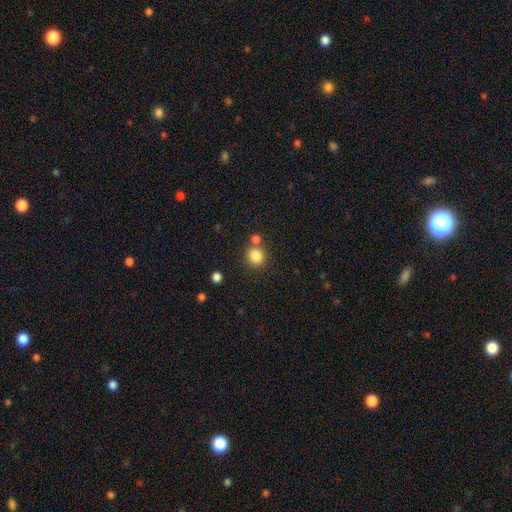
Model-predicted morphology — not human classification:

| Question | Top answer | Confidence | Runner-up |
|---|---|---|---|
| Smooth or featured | smooth | 84% | star or artifact (11%) |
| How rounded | round | 85% | in between (14%) |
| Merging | none | 70% | merger (18%) |